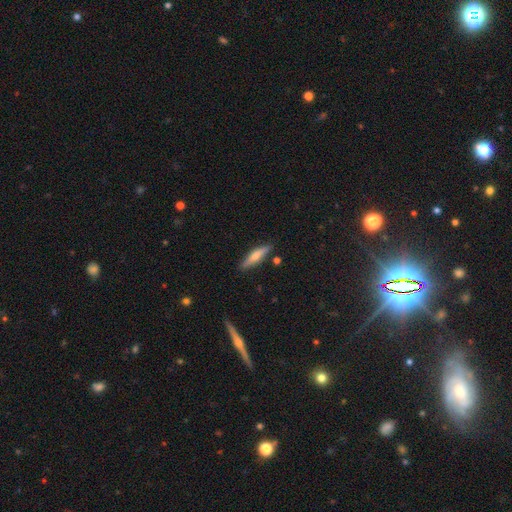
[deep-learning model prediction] smooth-or-featured: smooth: 59% | featured or disk: 35% | star or artifact: 6%
  how-rounded: cigar-shaped: 78% | in between: 20% | round: 2%
  merging: none: 85% | minor disturbance: 10% | merger: 3% | major disturbance: 2%